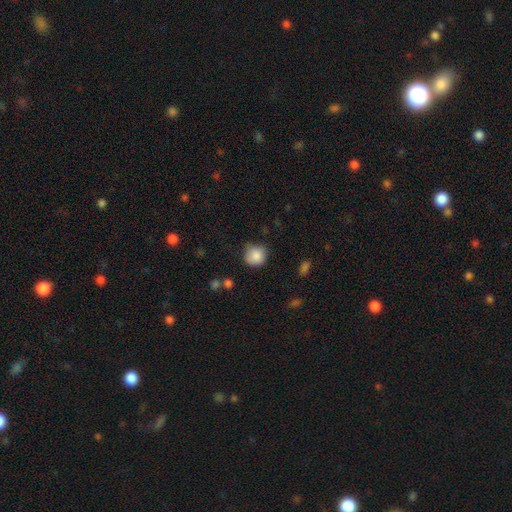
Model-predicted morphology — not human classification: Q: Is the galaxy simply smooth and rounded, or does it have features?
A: smooth — 86%.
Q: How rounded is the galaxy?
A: round — 88%.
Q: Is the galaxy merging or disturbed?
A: none — 71%.